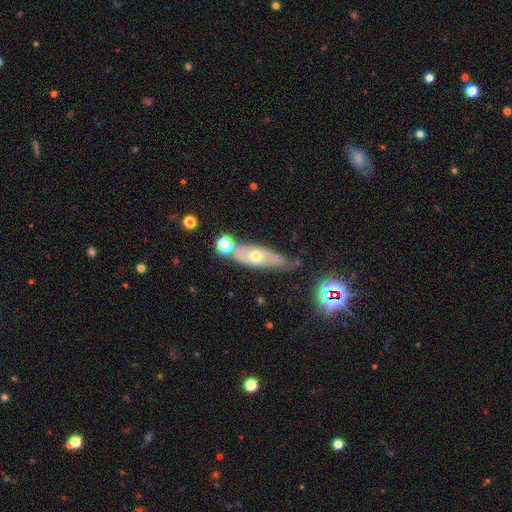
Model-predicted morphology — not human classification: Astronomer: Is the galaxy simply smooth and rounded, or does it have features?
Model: featured or disk — 64%.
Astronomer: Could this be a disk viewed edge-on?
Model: no — 63%.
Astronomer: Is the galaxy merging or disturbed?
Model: none — 62%.